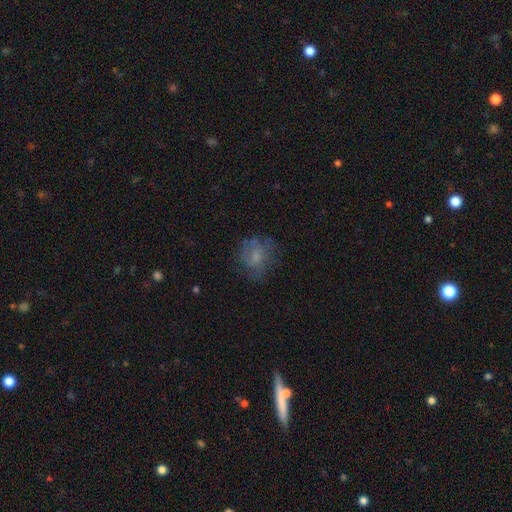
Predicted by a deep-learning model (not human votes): Morphology: type=smooth (54%); roundness=round (68%); merging=none (62%).